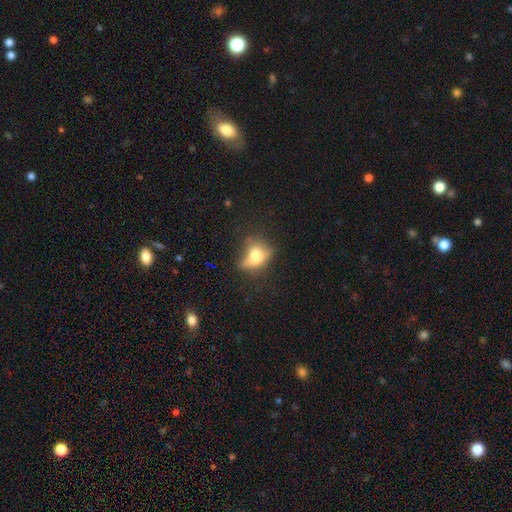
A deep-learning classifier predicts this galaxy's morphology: Smooth or featured: smooth — 60% (featured or disk — 28%)
How rounded: in between — 64% (round — 30%)
Merging: none — 40% (minor disturbance — 31%)